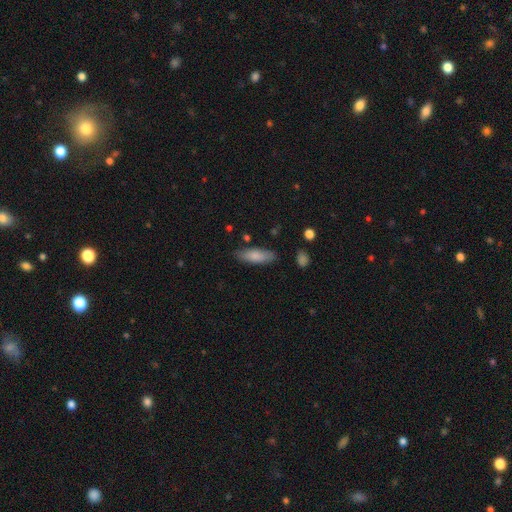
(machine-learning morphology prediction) This appears to be a smooth galaxy with no disk features (81%) that is in between round and cigar-shaped (59%). Merging: none (80%).